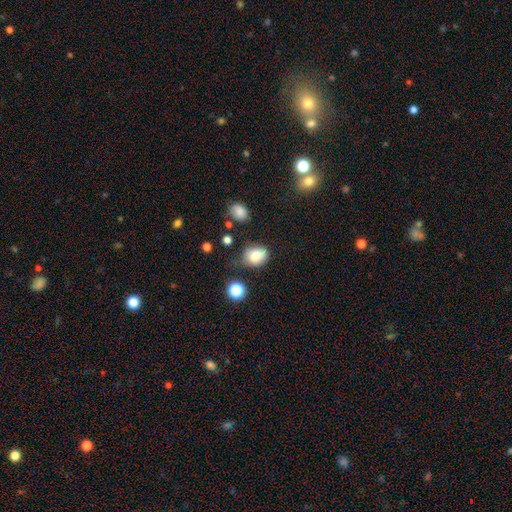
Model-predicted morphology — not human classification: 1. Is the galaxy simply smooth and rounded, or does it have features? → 80% smooth, 11% star or artifact, 10% featured or disk.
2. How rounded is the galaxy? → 52% in between, 46% round, 1% cigar-shaped.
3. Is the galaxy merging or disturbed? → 58% none, 28% minor disturbance, 8% major disturbance, 6% merger.